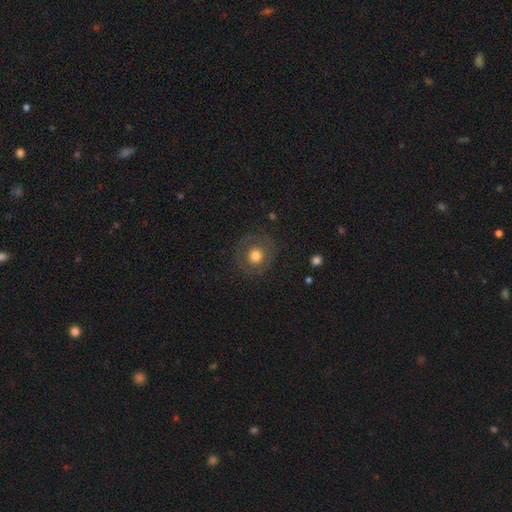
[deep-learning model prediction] Q: Smooth or featured?
A: smooth (63%); runner-up: featured or disk (28%)
Q: How rounded?
A: round (90%); runner-up: in between (9%)
Q: Merging?
A: none (83%); runner-up: minor disturbance (10%)